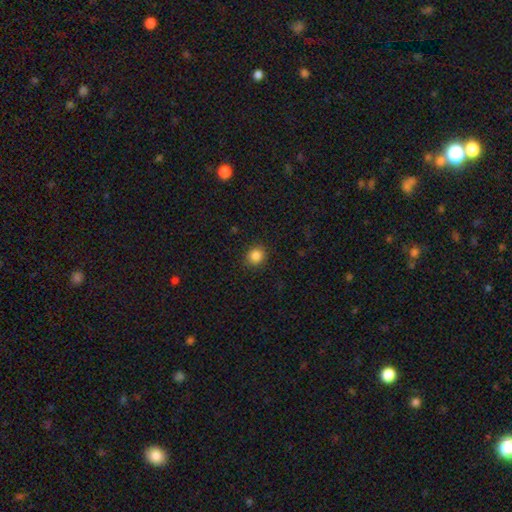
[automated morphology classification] Smooth or featured? smooth (86%)
How rounded? round (86%)
Merging? none (89%)